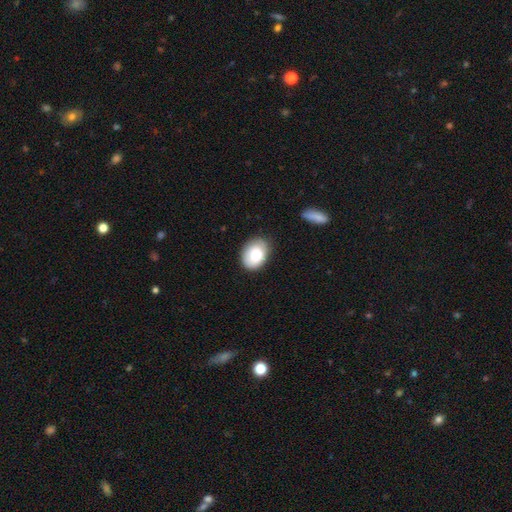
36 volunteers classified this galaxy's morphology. smooth_or_featured: smooth (p=0.89) [alt: featured or disk p=0.08]
how_rounded: in between (p=0.72) [alt: round p=0.28]
merging: none (p=0.71) [alt: minor disturbance p=0.20]